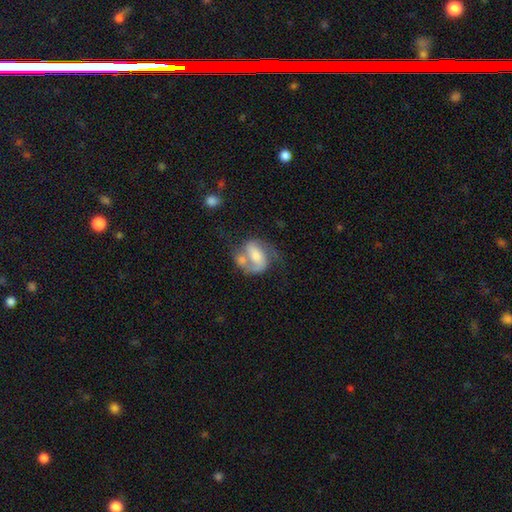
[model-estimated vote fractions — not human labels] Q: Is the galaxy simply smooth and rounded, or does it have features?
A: featured or disk — 76%.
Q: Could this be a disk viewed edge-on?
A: no — 97%.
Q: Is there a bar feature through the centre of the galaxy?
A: weak — 37%.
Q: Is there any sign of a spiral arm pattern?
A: yes — 90%.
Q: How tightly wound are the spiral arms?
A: medium — 51%.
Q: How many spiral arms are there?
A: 2 — 78%.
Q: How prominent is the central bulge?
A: moderate — 47%.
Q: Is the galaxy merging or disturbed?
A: none — 38%.